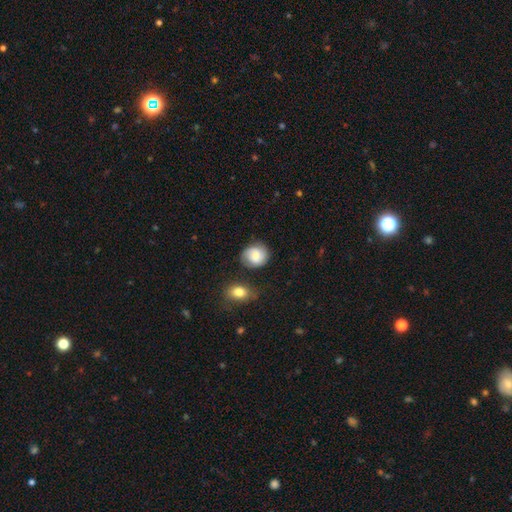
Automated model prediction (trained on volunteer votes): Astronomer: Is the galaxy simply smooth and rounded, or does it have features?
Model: smooth — 58% (runner-up: featured or disk, 34%).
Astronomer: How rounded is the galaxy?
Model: round — 76%.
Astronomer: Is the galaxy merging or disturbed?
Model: none — 72%.